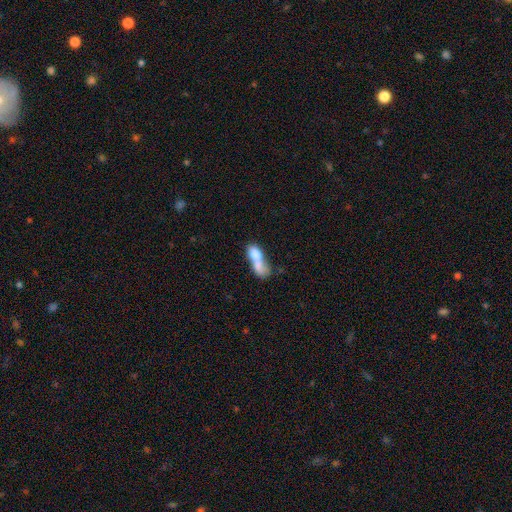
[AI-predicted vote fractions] smooth 68%, featured or disk 23%, star or artifact 9%. Down the decision tree: how rounded — in between (73%); merging — merger (70%).